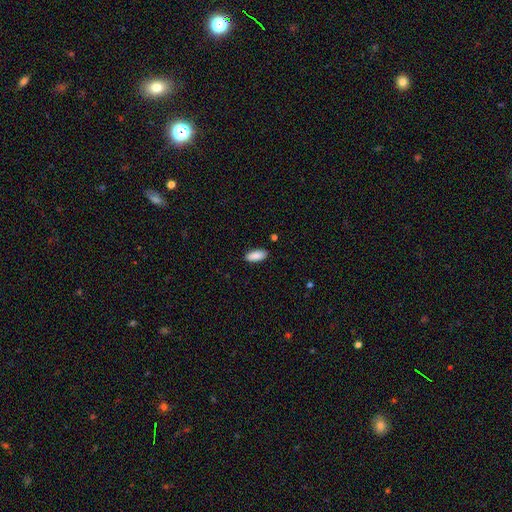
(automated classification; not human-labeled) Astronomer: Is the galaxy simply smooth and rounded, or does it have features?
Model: smooth — 89%.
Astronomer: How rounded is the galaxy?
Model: in between — 85%.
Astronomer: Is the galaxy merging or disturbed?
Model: none — 87%.